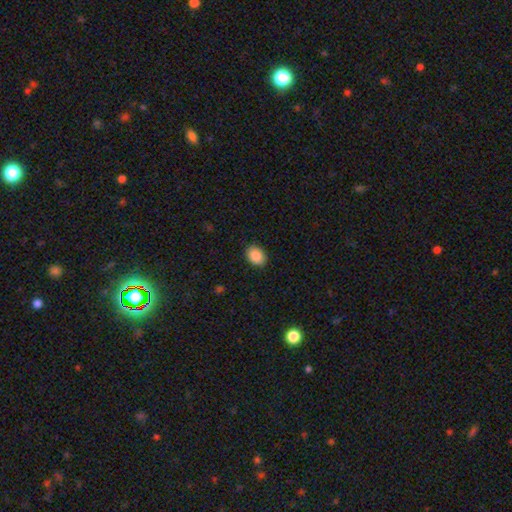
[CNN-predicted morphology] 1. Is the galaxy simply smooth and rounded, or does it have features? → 88% smooth, 8% star or artifact, 5% featured or disk.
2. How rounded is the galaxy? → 65% in between, 34% round, 1% cigar-shaped.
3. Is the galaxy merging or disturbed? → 88% none, 9% minor disturbance, 2% major disturbance, 1% merger.